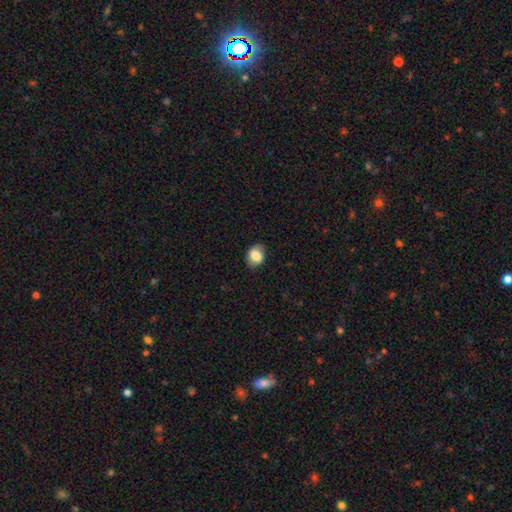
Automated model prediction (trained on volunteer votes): Q: Smooth or featured?
A: smooth (79%); runner-up: featured or disk (13%)
Q: How rounded?
A: in between (65%); runner-up: round (34%)
Q: Merging?
A: none (80%); runner-up: minor disturbance (16%)